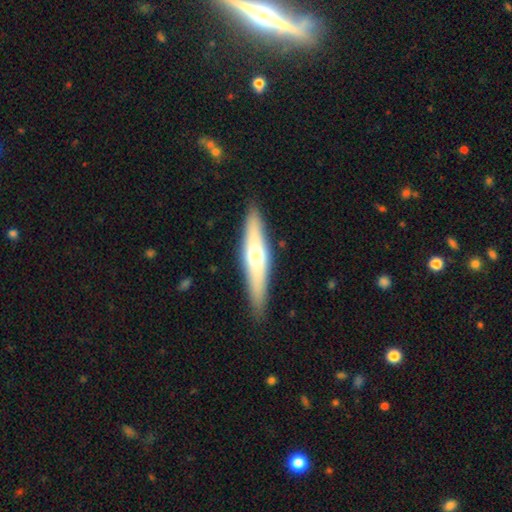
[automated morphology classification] type=featured or disk (50%); edge-on=yes (87%); merging=none (88%).